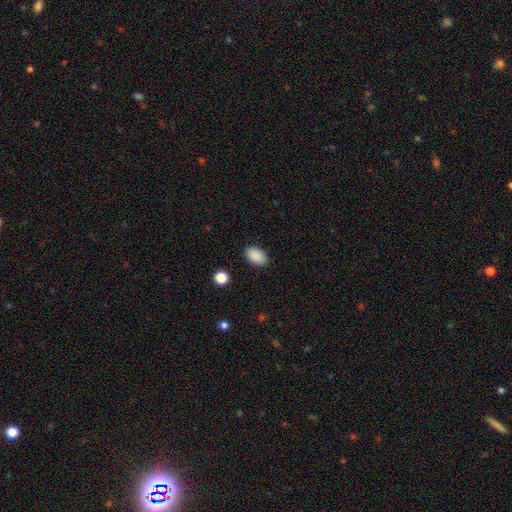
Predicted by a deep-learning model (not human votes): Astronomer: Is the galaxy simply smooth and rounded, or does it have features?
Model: smooth — 90%.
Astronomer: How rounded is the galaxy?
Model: in between — 90%.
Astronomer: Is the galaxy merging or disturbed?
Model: none — 88%.